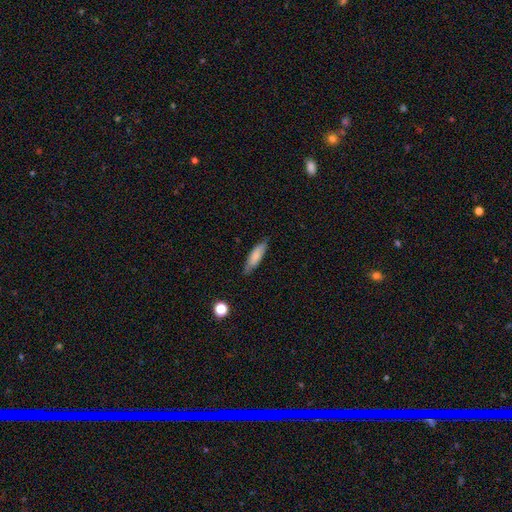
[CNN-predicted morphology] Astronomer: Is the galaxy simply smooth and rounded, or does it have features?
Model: smooth — 76%.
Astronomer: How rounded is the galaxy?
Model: cigar-shaped — 58% (runner-up: in between, 40%).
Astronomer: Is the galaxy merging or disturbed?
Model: none — 80%.